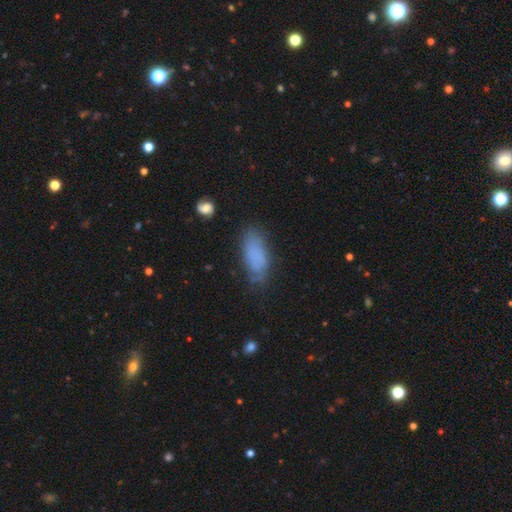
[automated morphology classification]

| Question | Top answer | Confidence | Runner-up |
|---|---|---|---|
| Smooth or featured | smooth | 77% | featured or disk (14%) |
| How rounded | in between | 84% | cigar-shaped (14%) |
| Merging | none | 63% | minor disturbance (25%) |